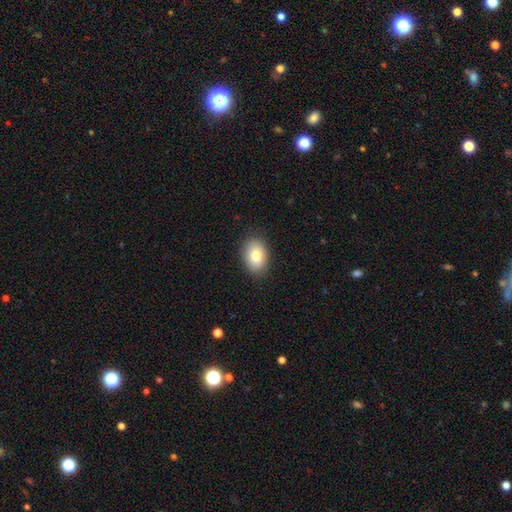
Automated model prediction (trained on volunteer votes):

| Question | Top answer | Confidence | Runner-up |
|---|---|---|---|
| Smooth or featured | smooth | 84% | featured or disk (8%) |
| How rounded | in between | 83% | round (16%) |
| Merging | none | 86% | minor disturbance (11%) |